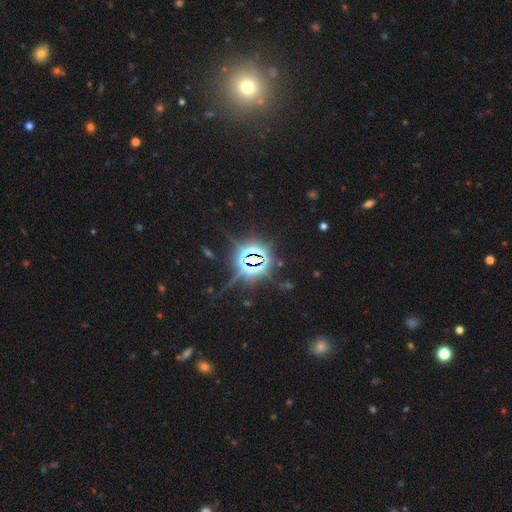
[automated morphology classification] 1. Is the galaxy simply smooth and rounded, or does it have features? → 84% star or artifact, 8% featured or disk, 7% smooth.